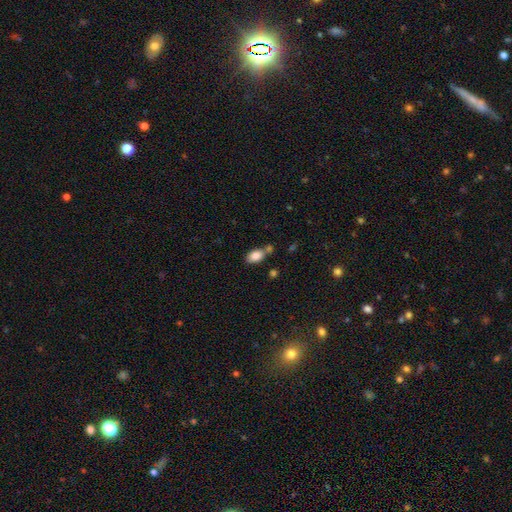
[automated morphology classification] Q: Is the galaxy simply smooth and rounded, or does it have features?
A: smooth — 85%.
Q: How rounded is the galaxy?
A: in between — 90%.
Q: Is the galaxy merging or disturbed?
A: none — 56%.